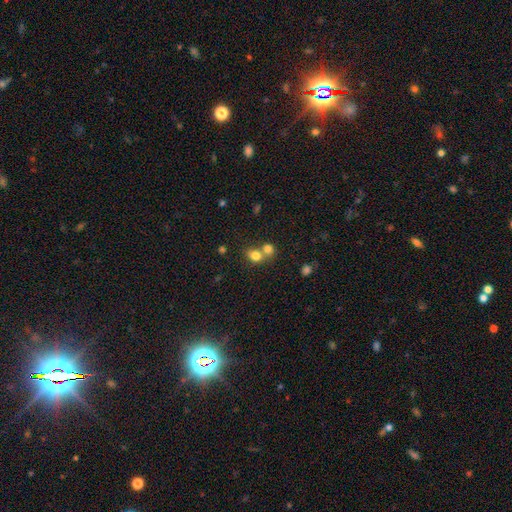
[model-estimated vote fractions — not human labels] smooth_or_featured: smooth (p=0.78) [alt: star or artifact p=0.12]
how_rounded: round (p=0.62) [alt: in between p=0.37]
merging: merger (p=0.53) [alt: none p=0.38]